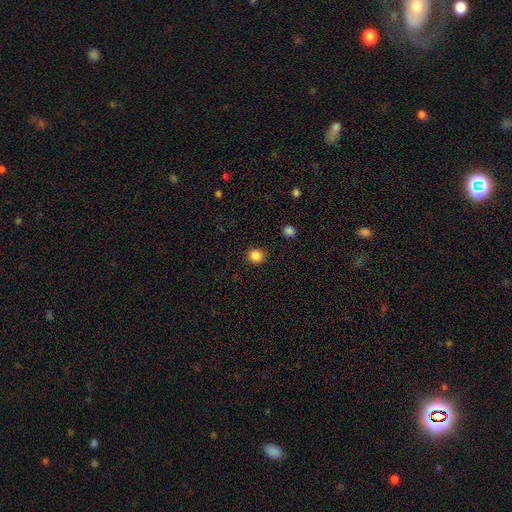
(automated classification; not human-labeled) The model was most divided on "smooth or featured": smooth: 86%, star or artifact: 11%, featured or disk: 3%. More confident: merging — none (91%); how rounded — round (89%).